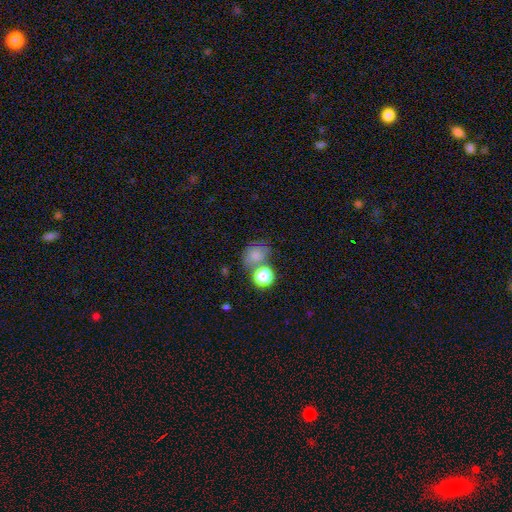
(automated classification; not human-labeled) Smooth or featured? smooth (72%)
How rounded? round (57%)
Merging? none (47%)